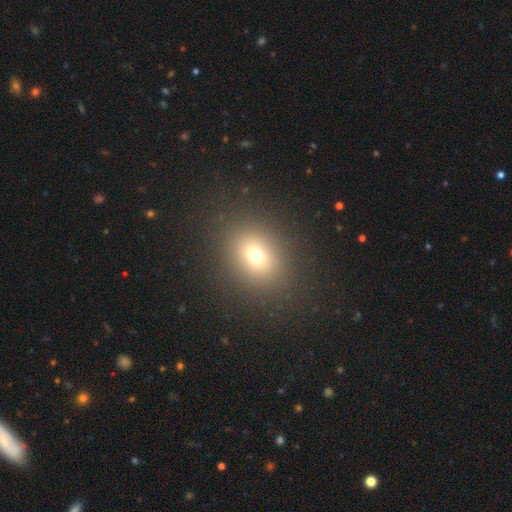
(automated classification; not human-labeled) smooth-or-featured: smooth: 70% | star or artifact: 18% | featured or disk: 11%
  how-rounded: round: 60% | in between: 39% | cigar-shaped: 1%
  merging: none: 87% | minor disturbance: 7% | major disturbance: 4% | merger: 1%